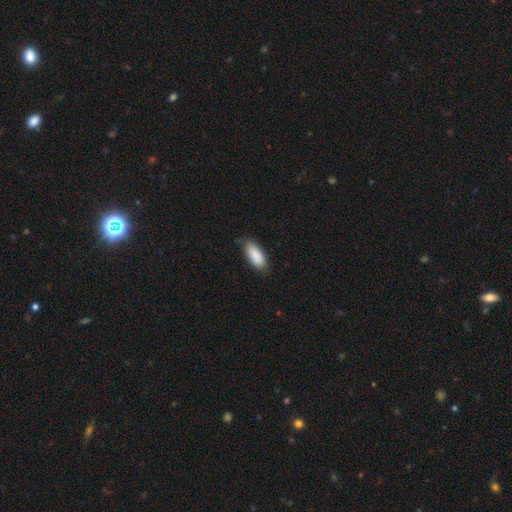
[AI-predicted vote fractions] Smooth or featured: smooth — 87% (featured or disk — 7%)
How rounded: in between — 83% (cigar-shaped — 15%)
Merging: none — 75% (minor disturbance — 20%)